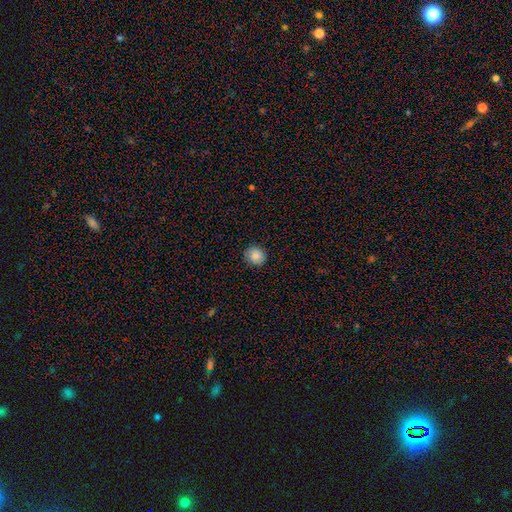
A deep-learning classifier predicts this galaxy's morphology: This is clearly a smooth galaxy (86%). How rounded: clearly round (84%). Merging: clearly none (88%).